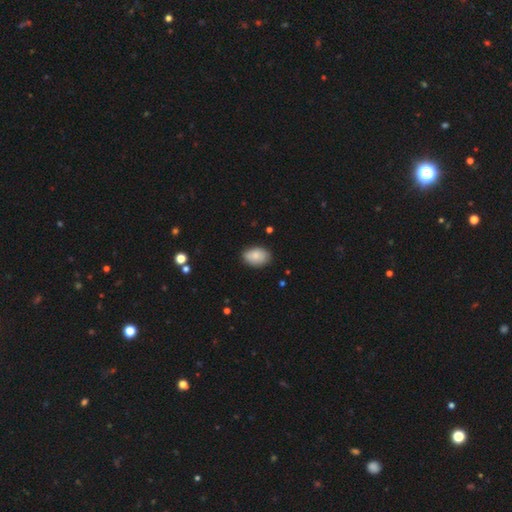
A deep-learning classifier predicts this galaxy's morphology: A smooth galaxy with no disk features (83%) that is in between round and cigar-shaped (85%).

Vote fractions:
- Smooth or featured? smooth: 83% / featured or disk: 10% / star or artifact: 7%
- How rounded? in between: 85% / round: 14% / cigar-shaped: 1%
- Merging? none: 80% / minor disturbance: 17% / major disturbance: 3% / merger: 1%